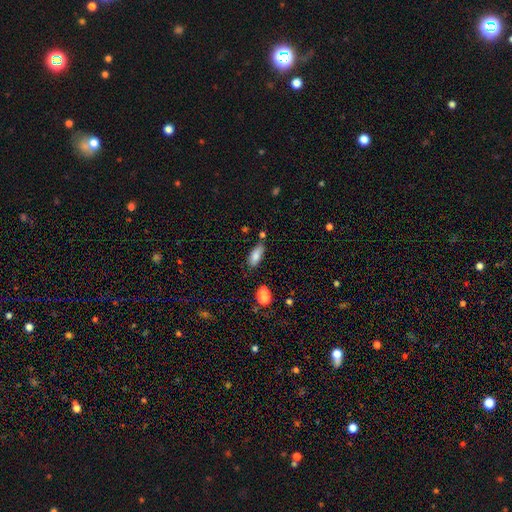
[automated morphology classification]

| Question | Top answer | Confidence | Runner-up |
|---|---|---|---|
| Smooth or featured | smooth | 81% | featured or disk (10%) |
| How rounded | in between | 80% | cigar-shaped (18%) |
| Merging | none | 70% | minor disturbance (18%) |